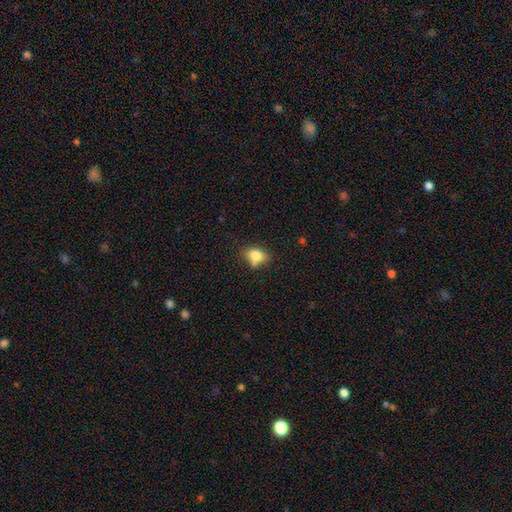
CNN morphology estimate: The model was most divided on "merging": none: 58%, minor disturbance: 21%, merger: 16%, major disturbance: 5%. More confident: smooth or featured — smooth (81%); how rounded — in between (68%).